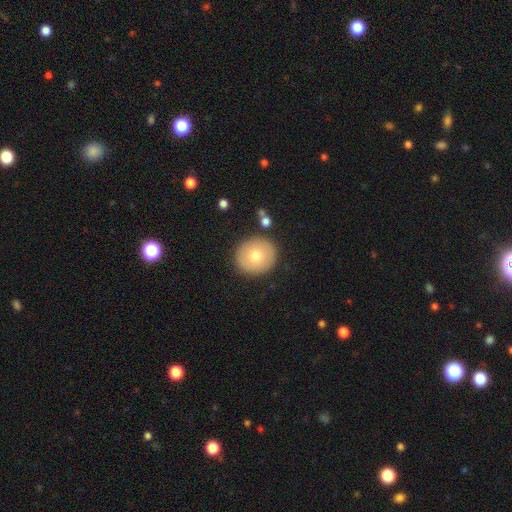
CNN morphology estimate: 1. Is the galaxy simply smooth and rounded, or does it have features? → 71% smooth, 21% featured or disk, 8% star or artifact.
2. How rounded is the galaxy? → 88% round, 11% in between, 1% cigar-shaped.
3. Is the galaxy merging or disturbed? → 89% none, 7% minor disturbance, 2% merger, 2% major disturbance.